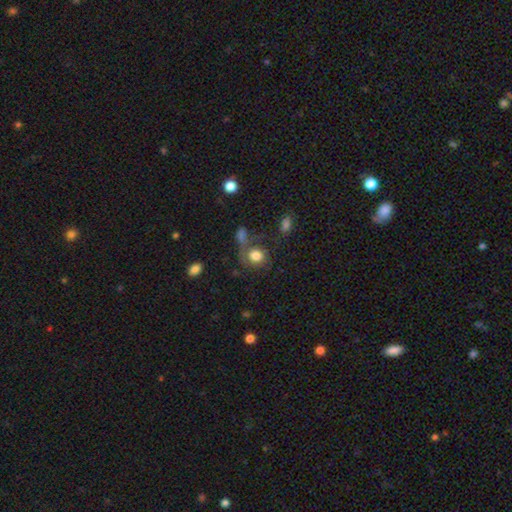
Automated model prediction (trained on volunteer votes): The model was most divided on "merging": none: 45%, merger: 23%, minor disturbance: 16%, major disturbance: 16%. More confident: how rounded — round (71%); smooth or featured — smooth (70%).